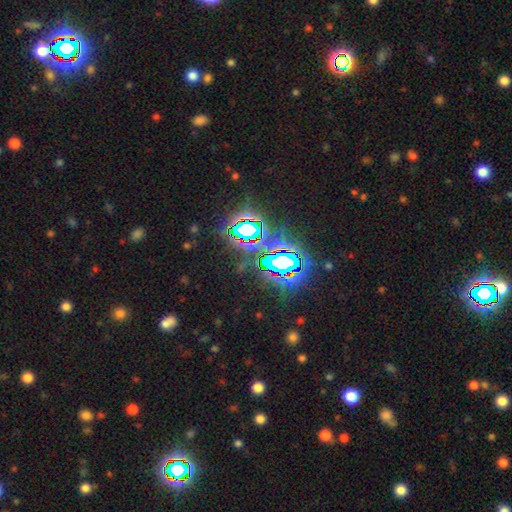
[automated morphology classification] Smooth or featured?
  - star or artifact: 81% *
  - smooth: 11%
  - featured or disk: 8%